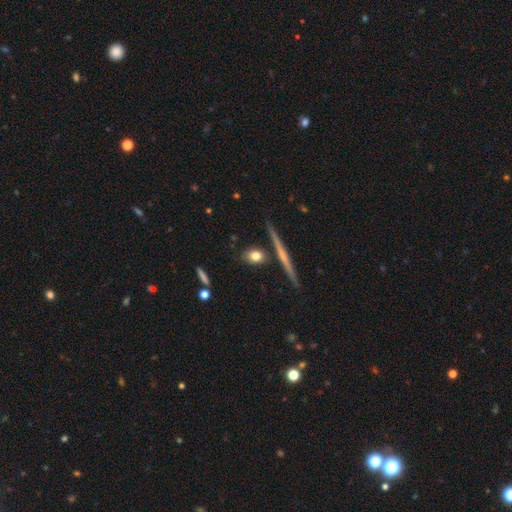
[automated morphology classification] Smooth or featured?
  - smooth: 75% *
  - featured or disk: 17%
  - star or artifact: 8%
How rounded?
  - in between: 48% *
  - round: 37%
  - cigar-shaped: 16%
Merging?
  - none: 80% *
  - minor disturbance: 11%
  - merger: 6%
  - major disturbance: 3%